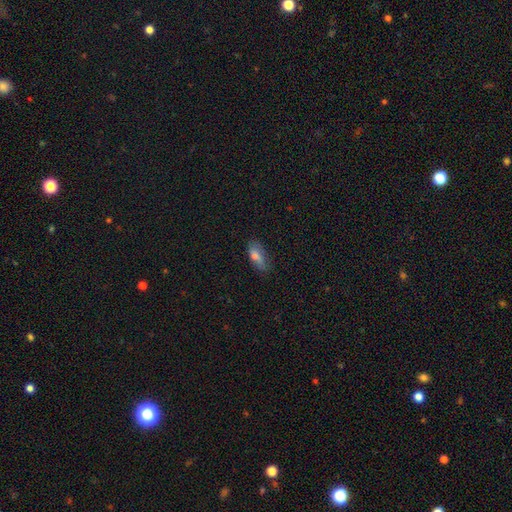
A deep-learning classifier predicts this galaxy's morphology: smooth-or-featured: smooth: 73% | featured or disk: 19% | star or artifact: 8%
  how-rounded: in between: 79% | cigar-shaped: 17% | round: 3%
  merging: none: 72% | minor disturbance: 22% | major disturbance: 4% | merger: 1%